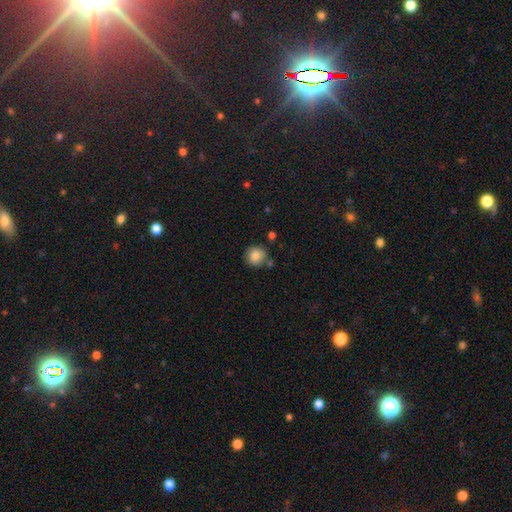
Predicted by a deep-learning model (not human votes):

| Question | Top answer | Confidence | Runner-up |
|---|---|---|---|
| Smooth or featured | smooth | 86% | star or artifact (9%) |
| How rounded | round | 90% | in between (9%) |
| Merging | none | 75% | minor disturbance (14%) |